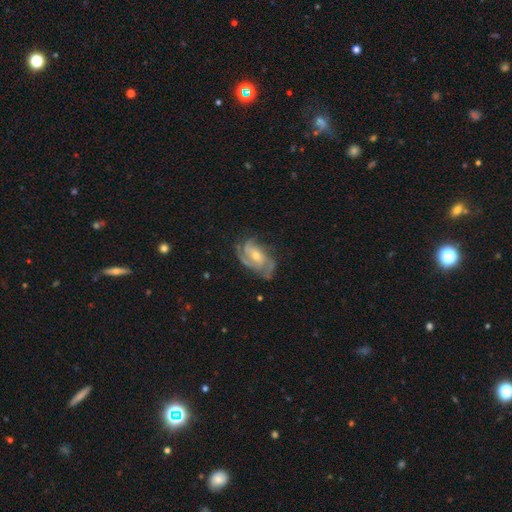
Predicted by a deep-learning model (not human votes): A featured or disk galaxy (86%) with no bar (58%), 3 (47%) tight (44%, tied with medium) spiral arms (96%) and a small central bulge (50%). Merging: none (63%).